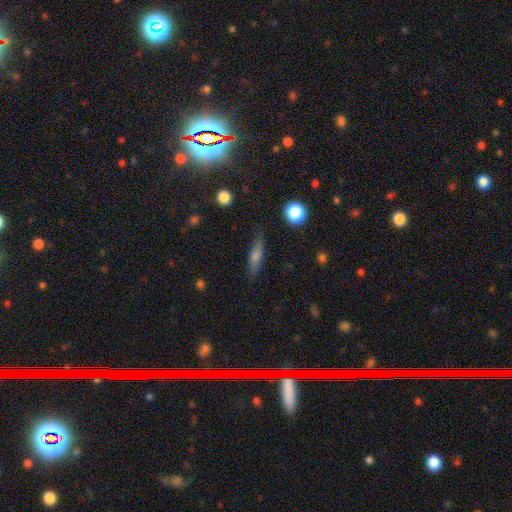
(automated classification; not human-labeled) A smooth galaxy with no disk features (57%) that is cigar-shaped (74%).

Vote fractions:
- Smooth or featured? smooth: 57% / featured or disk: 33% / star or artifact: 10%
- How rounded? cigar-shaped: 74% / in between: 21% / round: 5%
- Merging? none: 82% / minor disturbance: 13% / major disturbance: 3% / merger: 2%